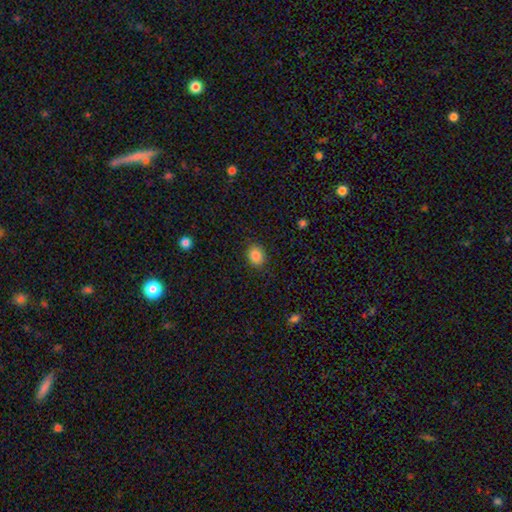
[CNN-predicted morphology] Smooth or featured: smooth — 86% (star or artifact — 9%)
How rounded: round — 61% (in between — 38%)
Merging: none — 88% (minor disturbance — 8%)